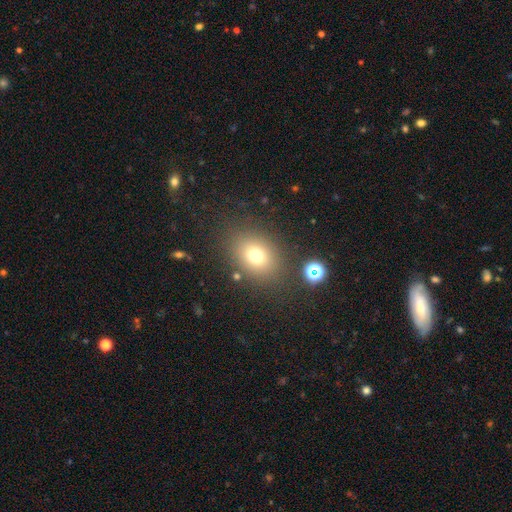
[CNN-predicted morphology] smooth_or_featured: smooth (p=0.73) [alt: star or artifact p=0.16]
how_rounded: in between (p=0.53) [alt: round p=0.46]
merging: none (p=0.81) [alt: minor disturbance p=0.10]